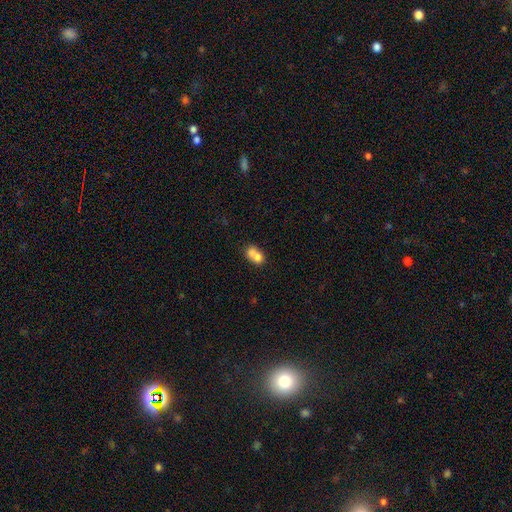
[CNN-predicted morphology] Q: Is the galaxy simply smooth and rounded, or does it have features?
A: smooth — 71%.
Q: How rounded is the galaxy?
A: in between — 57%.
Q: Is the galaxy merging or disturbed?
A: merger — 64%.